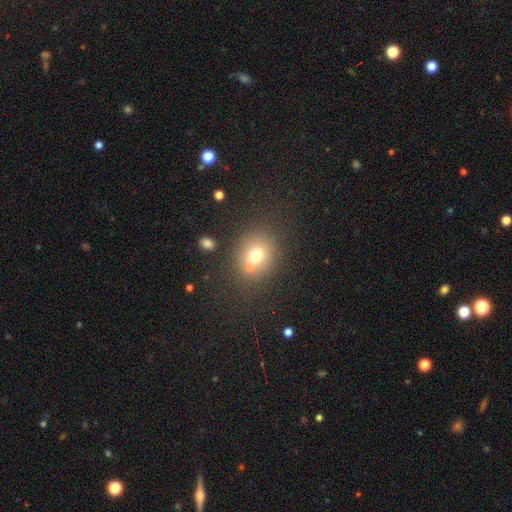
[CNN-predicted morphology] Smooth or featured: smooth — 70% (star or artifact — 15%)
How rounded: round — 65% (in between — 34%)
Merging: none — 64% (merger — 20%)